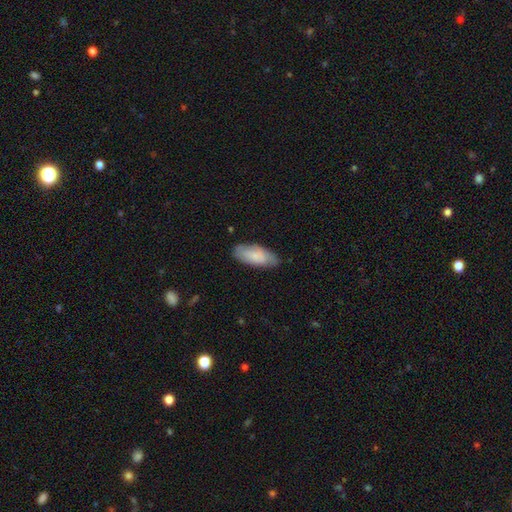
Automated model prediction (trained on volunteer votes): Q: Smooth or featured?
A: smooth (75%); runner-up: featured or disk (20%)
Q: How rounded?
A: in between (85%); runner-up: cigar-shaped (13%)
Q: Merging?
A: none (77%); runner-up: minor disturbance (19%)